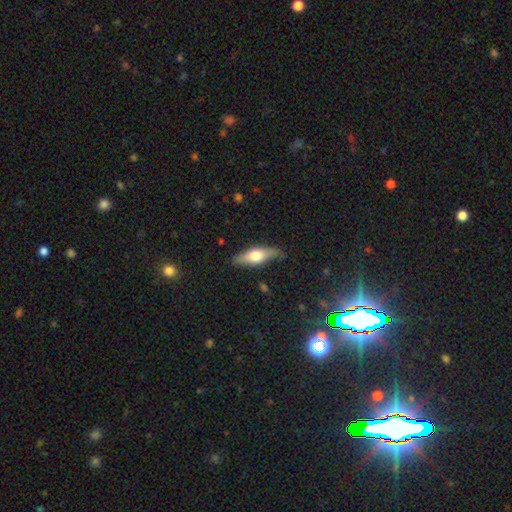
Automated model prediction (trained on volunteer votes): Q: Smooth or featured?
A: smooth (54%); runner-up: featured or disk (40%)
Q: How rounded?
A: in between (56%); runner-up: cigar-shaped (41%)
Q: Merging?
A: none (78%); runner-up: minor disturbance (17%)